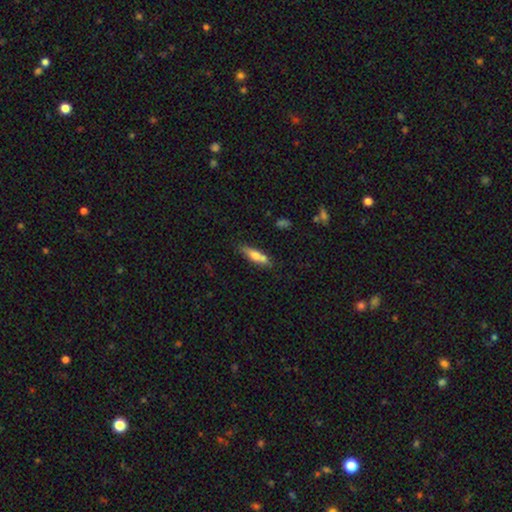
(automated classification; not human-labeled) smooth 64%, featured or disk 30%, star or artifact 7%. Down the decision tree: how rounded — cigar-shaped (63%); merging — none (65%).